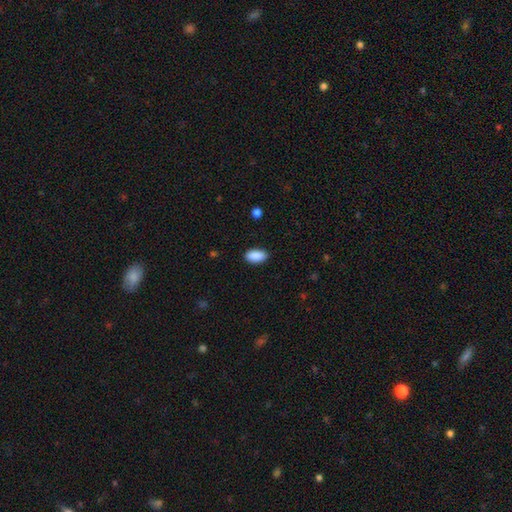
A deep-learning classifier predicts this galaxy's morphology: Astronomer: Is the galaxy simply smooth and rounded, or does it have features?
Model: smooth — 90%.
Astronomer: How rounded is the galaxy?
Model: in between — 93%.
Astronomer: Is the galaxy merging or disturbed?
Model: none — 88%.